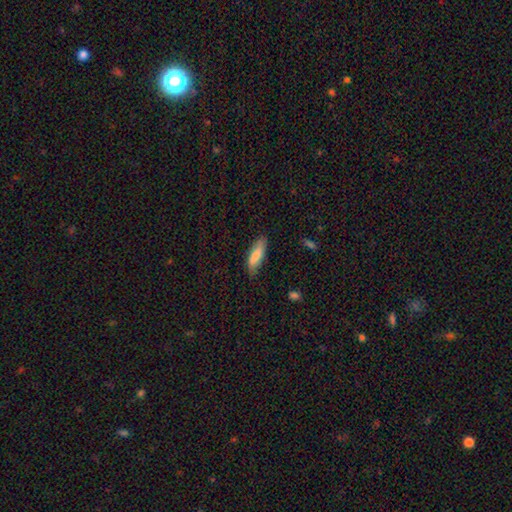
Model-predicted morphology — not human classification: The model was most divided on "how rounded" (2-way tie): in between: 49%, cigar-shaped: 49%, round: 2%. More confident: smooth or featured — smooth (81%); merging — none (76%).